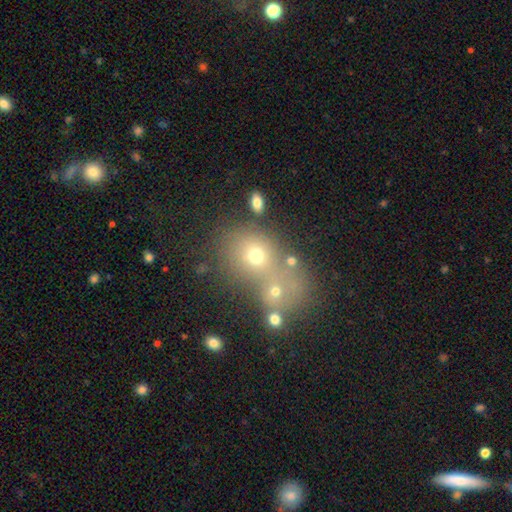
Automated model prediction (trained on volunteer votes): Smooth or featured?
  - smooth: 66% *
  - star or artifact: 18%
  - featured or disk: 16%
How rounded?
  - round: 58% *
  - in between: 40%
  - cigar-shaped: 2%
Merging?
  - merger: 48% *
  - none: 36%
  - minor disturbance: 9%
  - major disturbance: 7%